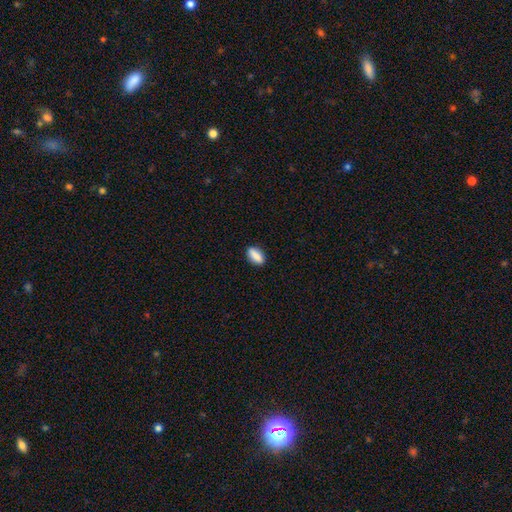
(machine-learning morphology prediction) Smooth or featured? smooth (85%)
How rounded? in between (81%)
Merging? none (88%)